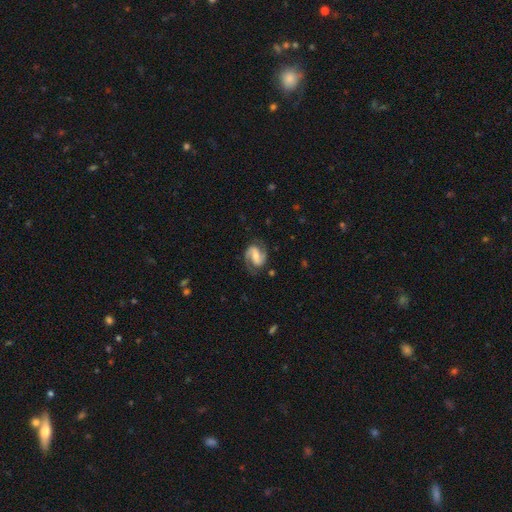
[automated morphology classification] featured or disk 89%, smooth 6%, star or artifact 5%. Down the decision tree: edge-on disk — no (98%); bar — weak (44%); spiral arms — yes (98%); spiral arm count — 2 (93%); spiral winding — medium (58%); bulge size — moderate (47%); merging — none (82%).